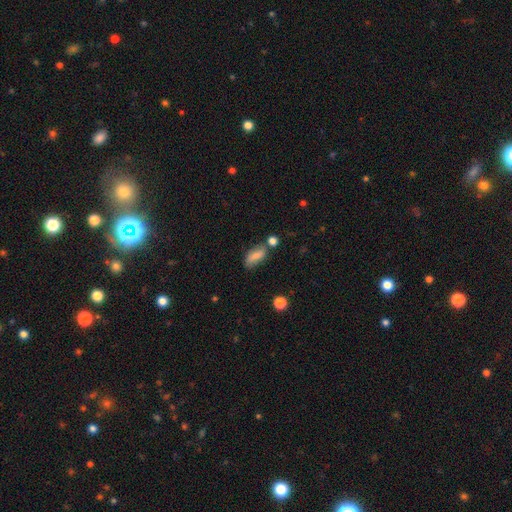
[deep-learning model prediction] The model was most divided on "merging": none: 58%, minor disturbance: 22%, merger: 13%, major disturbance: 7%. More confident: how rounded — in between (80%); smooth or featured — smooth (77%).